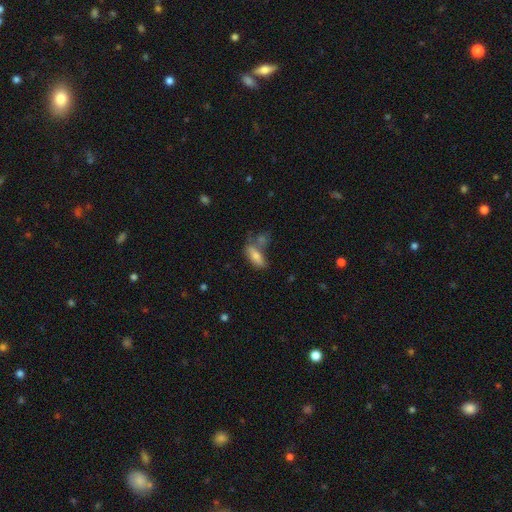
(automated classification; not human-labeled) Q: Smooth or featured?
A: smooth (74%); runner-up: featured or disk (18%)
Q: How rounded?
A: in between (73%); runner-up: cigar-shaped (24%)
Q: Merging?
A: none (47%); runner-up: merger (28%)